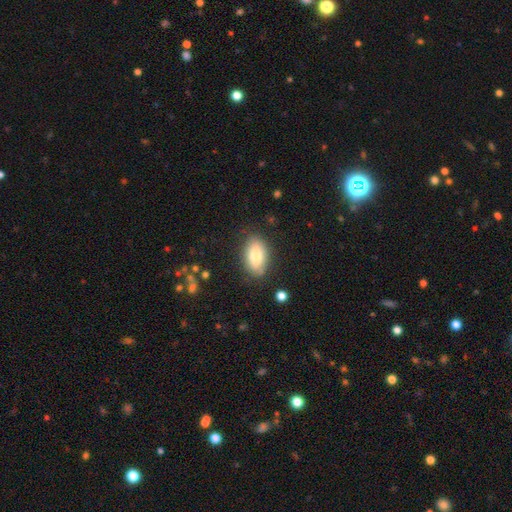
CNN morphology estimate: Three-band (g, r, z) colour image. It shows a smooth galaxy with no disk features (78%) that is in between round and cigar-shaped (91%). Merging: none (82%).